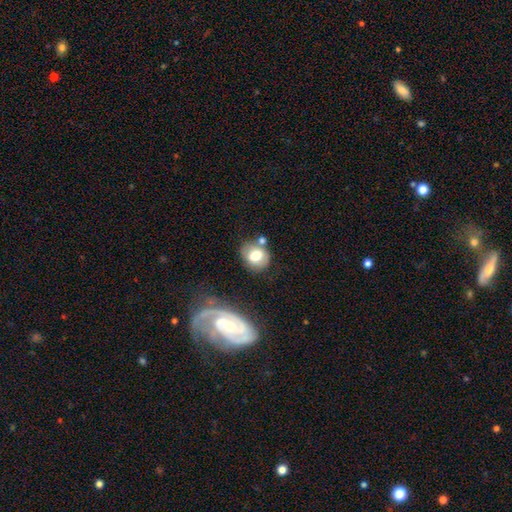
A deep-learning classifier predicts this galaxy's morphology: This is likely a smooth galaxy (70%). How rounded: likely round (67%). Merging: likely none (62%).